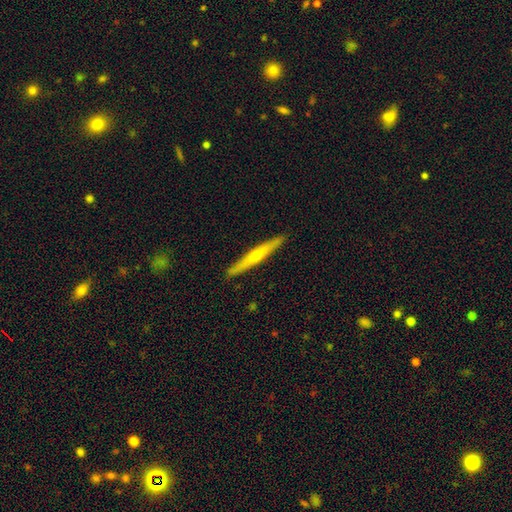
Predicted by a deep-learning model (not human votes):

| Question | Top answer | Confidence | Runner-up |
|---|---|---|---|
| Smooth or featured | featured or disk | 60% | smooth (34%) |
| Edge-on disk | yes | 96% | no (4%) |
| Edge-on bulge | rounded | 79% | none (19%) |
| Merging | none | 92% | minor disturbance (6%) |